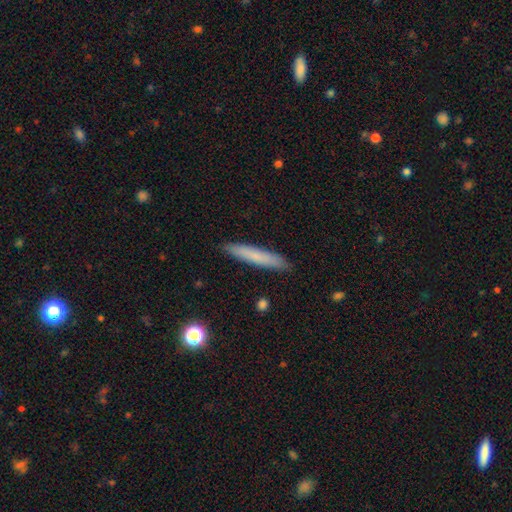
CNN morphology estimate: This is likely a smooth galaxy (74%). How rounded: clearly cigar-shaped (94%). Merging: clearly none (91%).